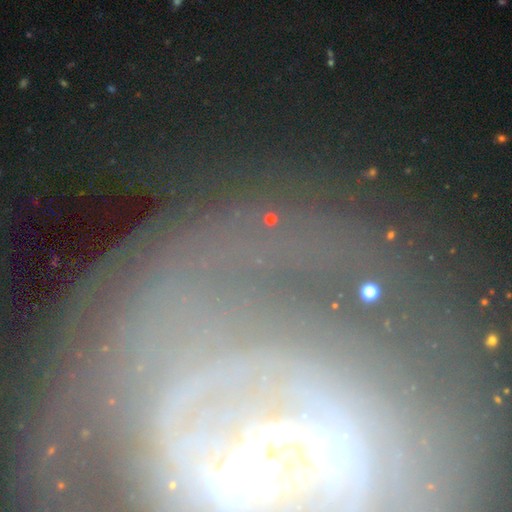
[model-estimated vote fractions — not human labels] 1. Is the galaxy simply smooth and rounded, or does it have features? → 51% featured or disk, 31% star or artifact, 17% smooth.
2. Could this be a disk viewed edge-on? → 82% no, 18% yes.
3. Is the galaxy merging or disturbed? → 69% none, 14% minor disturbance, 11% major disturbance, 6% merger.